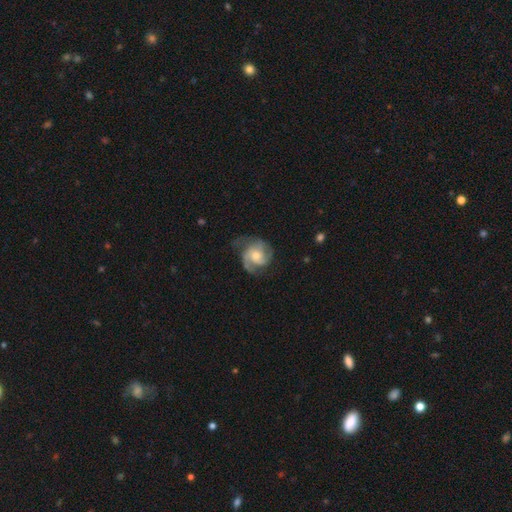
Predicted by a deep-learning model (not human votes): A featured or disk galaxy (81%) with no bar (67%), 2 (41%) medium (46%) spiral arms (96%) and a moderate central bulge (59%).

Vote fractions:
- Smooth or featured? featured or disk: 81% / smooth: 14% / star or artifact: 5%
- Edge-on disk? no: 98% / yes: 2%
- Bar? no: 67% / weak: 28% / strong: 5%
- Spiral arms? yes: 96% / no: 4%
- Spiral winding? medium: 46% / tight: 40% / loose: 14%
- Spiral arm count? 2: 41% / 3: 35% / can't tell: 12% / 1: 5% / 4: 4% / more than 4: 3%
- Bulge size? moderate: 59% / small: 26% / large: 10% / none: 4% / dominant: 1%
- Merging? none: 62% / minor disturbance: 22% / major disturbance: 14% / merger: 1%